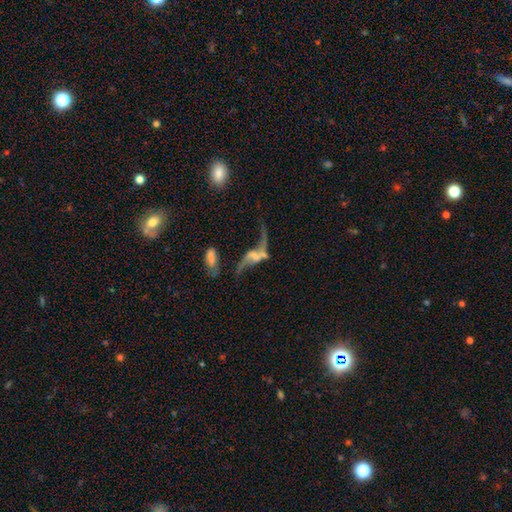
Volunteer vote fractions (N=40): featured or disk 82%, smooth 10%, star or artifact 8%. Down the decision tree: edge-on disk — no (97%); bar — weak (47%); spiral arms — yes (81%); spiral arm count — 2 (88%); spiral winding — loose (100%); bulge size — none (53%); merging — merger (35%).